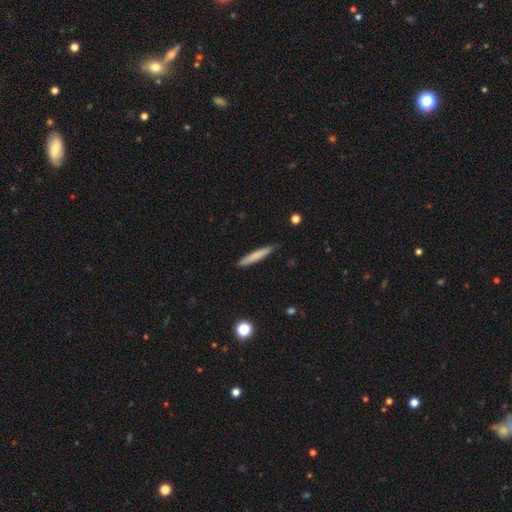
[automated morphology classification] This appears to be a smooth galaxy with no disk features (75%) that is cigar-shaped (94%). Merging: none (86%).